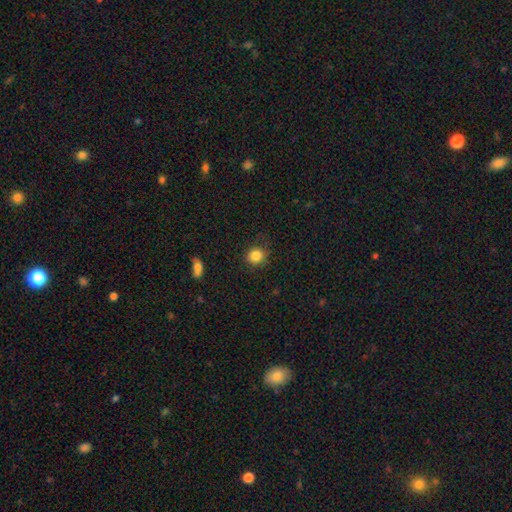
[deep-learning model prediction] Overall: smooth (85%). How rounded: round (88%). Merging: none (85%).